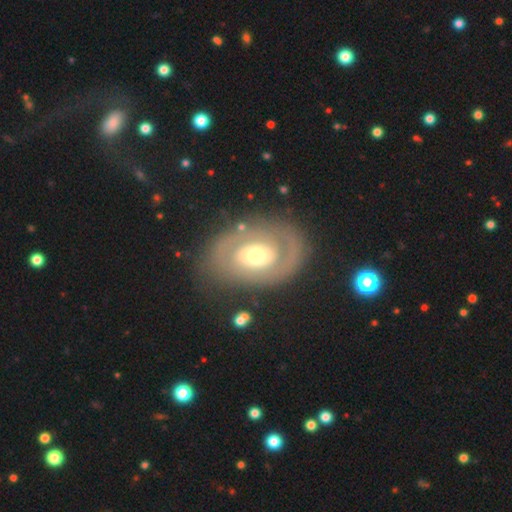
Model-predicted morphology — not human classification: Smooth or featured? featured or disk (69%)
Edge-on disk? no (95%)
Bar? no (71%)
Spiral arms? yes (51%)
Bulge size? moderate (62%)
Merging? none (76%)